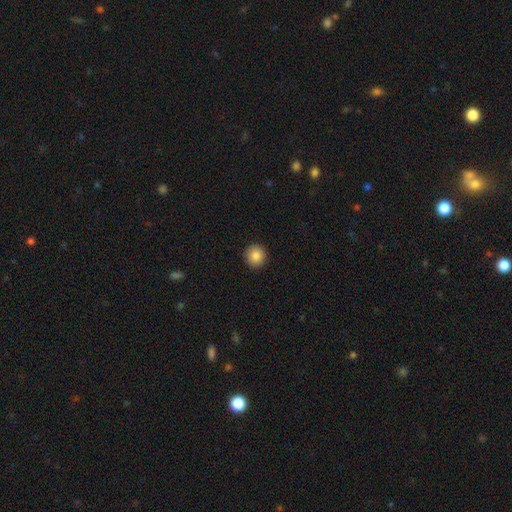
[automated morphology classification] This is clearly a smooth galaxy (86%). How rounded: clearly round (94%). Merging: clearly none (93%).